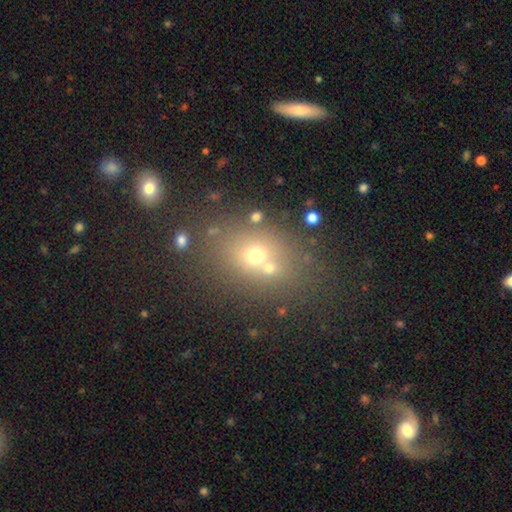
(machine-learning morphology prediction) Smooth or featured? smooth (57%)
How rounded? round (56%)
Merging? none (57%)